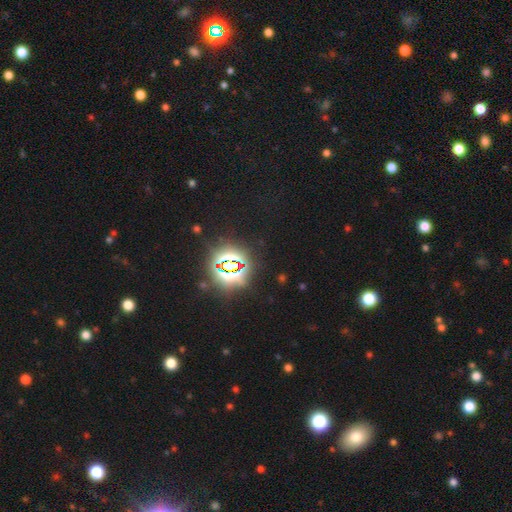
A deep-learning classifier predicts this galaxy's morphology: smooth_or_featured: star or artifact (p=0.80) [alt: smooth p=0.13]